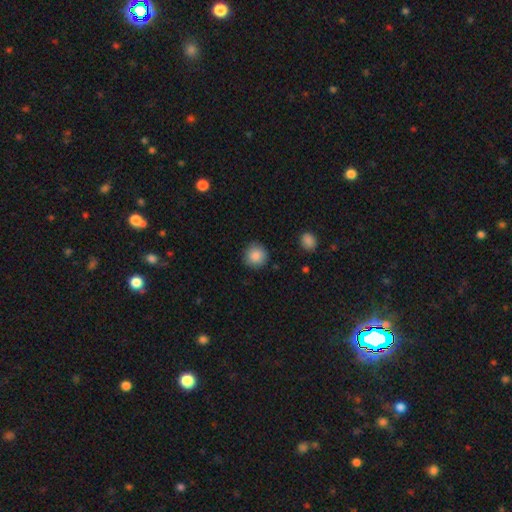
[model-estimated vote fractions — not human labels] Smooth or featured?
  - smooth: 88% *
  - star or artifact: 8%
  - featured or disk: 4%
How rounded?
  - round: 93% *
  - in between: 6%
  - cigar-shaped: 1%
Merging?
  - none: 88% *
  - minor disturbance: 8%
  - major disturbance: 2%
  - merger: 1%